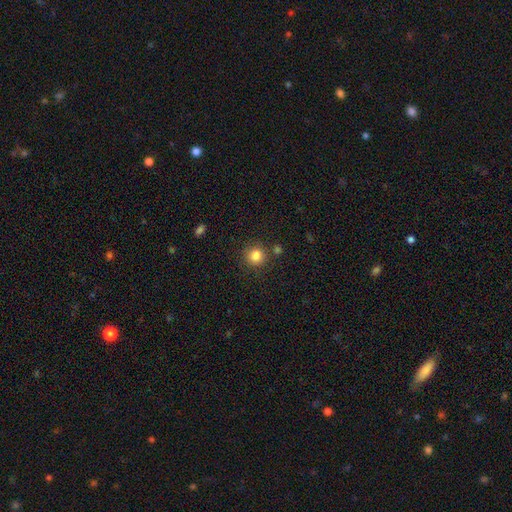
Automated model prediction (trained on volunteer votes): Smooth or featured: smooth — 85% (star or artifact — 11%)
How rounded: round — 91% (in between — 8%)
Merging: none — 83% (minor disturbance — 9%)